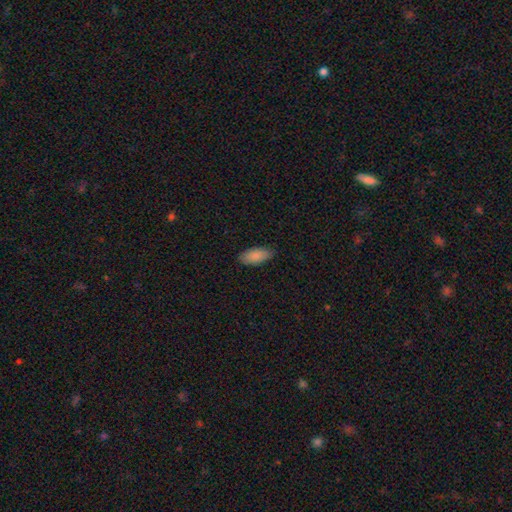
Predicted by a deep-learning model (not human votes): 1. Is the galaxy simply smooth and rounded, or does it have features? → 88% smooth, 6% star or artifact, 6% featured or disk.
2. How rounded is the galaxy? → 89% in between, 9% cigar-shaped, 2% round.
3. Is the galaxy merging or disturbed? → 85% none, 12% minor disturbance, 2% major disturbance, 1% merger.